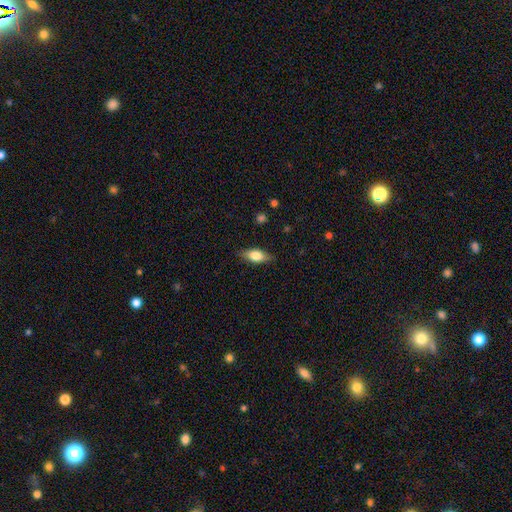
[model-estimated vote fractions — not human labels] A smooth galaxy with no disk features (70%) that is in between round and cigar-shaped (78%).

Vote fractions:
- Smooth or featured? smooth: 70% / featured or disk: 23% / star or artifact: 7%
- How rounded? in between: 78% / cigar-shaped: 18% / round: 4%
- Merging? none: 83% / minor disturbance: 13% / major disturbance: 3% / merger: 1%